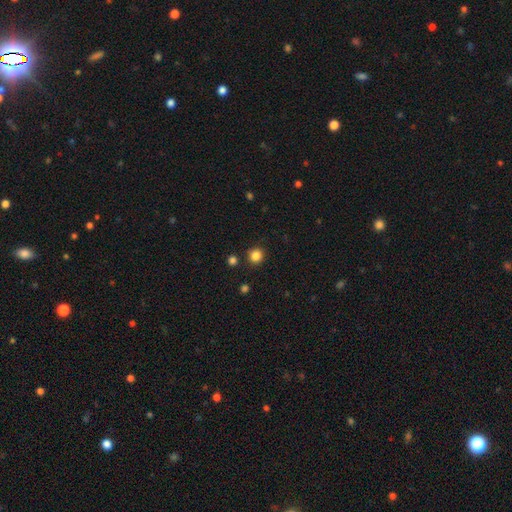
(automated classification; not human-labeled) A smooth galaxy with no disk features (84%) that is round (91%). Merging: none (88%).